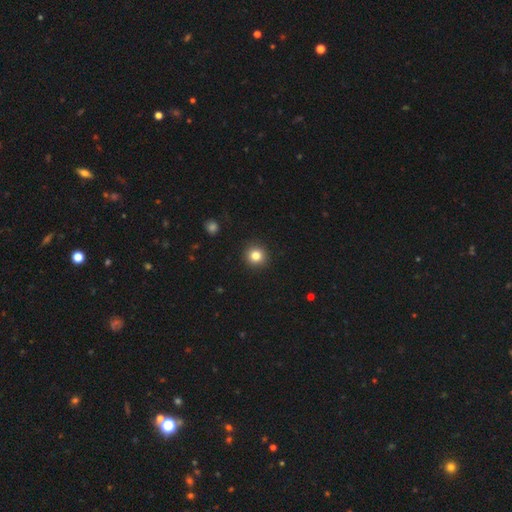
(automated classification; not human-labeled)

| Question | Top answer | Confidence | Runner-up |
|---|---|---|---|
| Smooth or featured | smooth | 83% | star or artifact (11%) |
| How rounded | round | 94% | in between (5%) |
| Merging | none | 92% | minor disturbance (5%) |